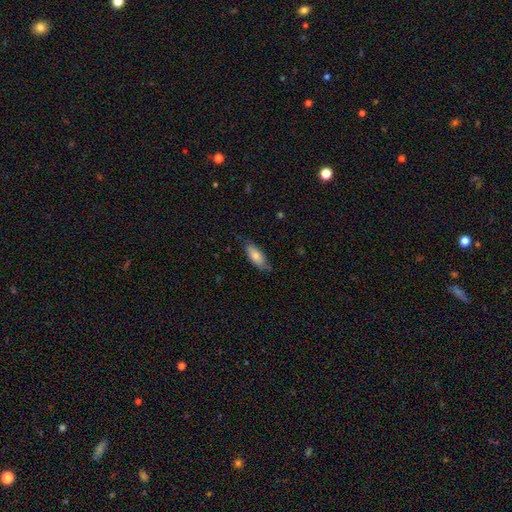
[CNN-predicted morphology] type=smooth (75%); roundness=in between (74%); merging=none (75%).